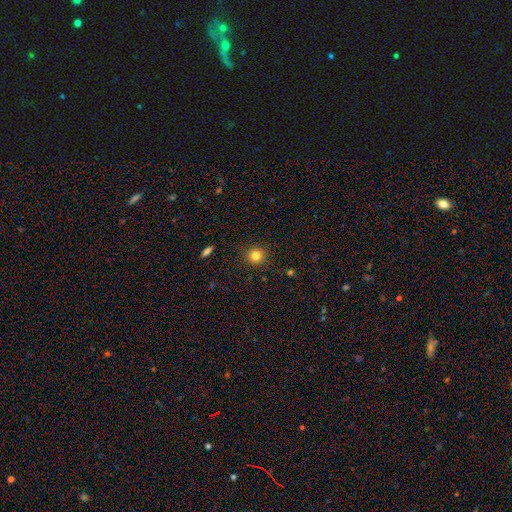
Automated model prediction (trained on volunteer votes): A smooth galaxy with no disk features (82%) that is round (93%). Merging: none (91%).